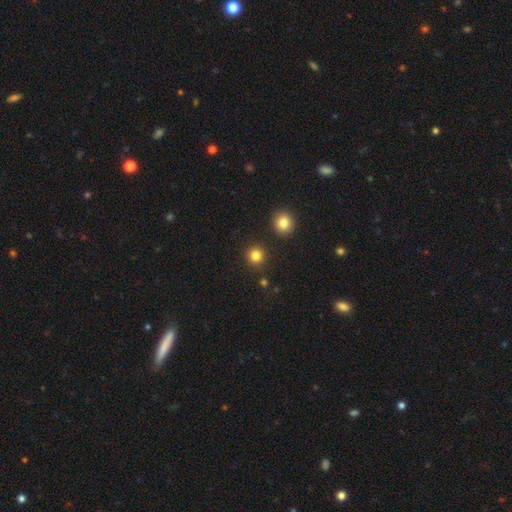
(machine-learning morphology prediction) Q: Smooth or featured?
A: smooth (83%); runner-up: star or artifact (13%)
Q: How rounded?
A: round (93%); runner-up: in between (6%)
Q: Merging?
A: none (89%); runner-up: minor disturbance (5%)